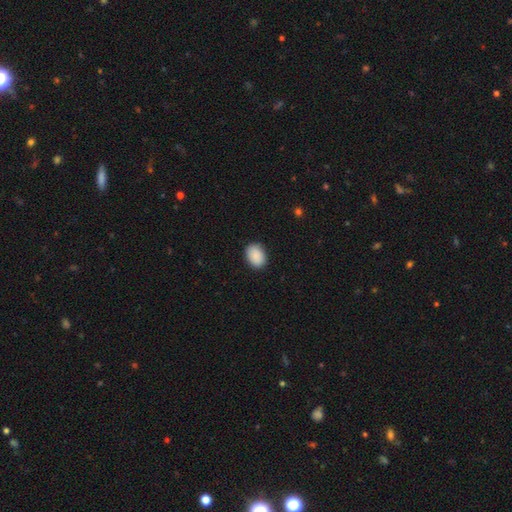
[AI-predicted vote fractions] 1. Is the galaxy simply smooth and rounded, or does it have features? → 91% smooth, 6% star or artifact, 3% featured or disk.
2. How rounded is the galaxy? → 76% in between, 23% round, 1% cigar-shaped.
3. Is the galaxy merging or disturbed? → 88% none, 9% minor disturbance, 2% major disturbance, 1% merger.